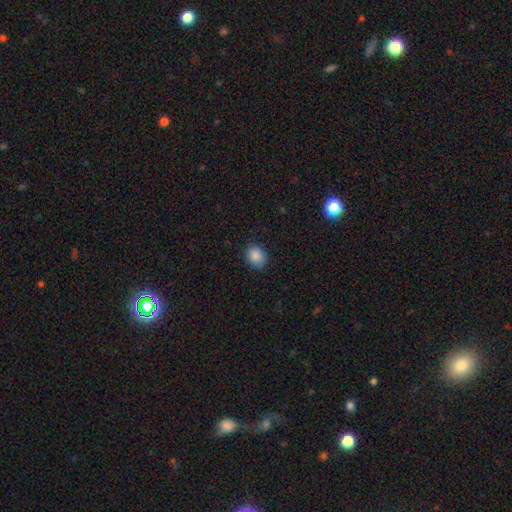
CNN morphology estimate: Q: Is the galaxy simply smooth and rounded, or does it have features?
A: smooth — 87%.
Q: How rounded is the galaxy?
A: round — 50%.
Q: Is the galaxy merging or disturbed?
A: none — 86%.